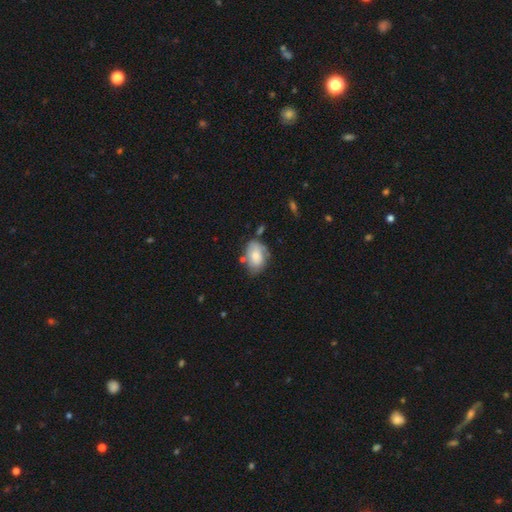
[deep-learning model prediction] Smooth or featured?
  - smooth: 65% *
  - featured or disk: 27%
  - star or artifact: 7%
How rounded?
  - in between: 82% *
  - round: 17%
  - cigar-shaped: 1%
Merging?
  - none: 51% *
  - minor disturbance: 31%
  - major disturbance: 10%
  - merger: 8%